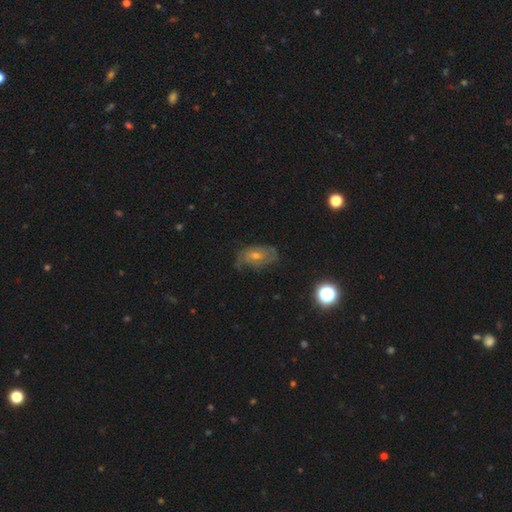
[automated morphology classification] The model was most divided on "bulge size" (2-way tie): moderate: 47%, small: 47%, none: 2%, large: 2%, dominant: 1%. More confident: edge-on disk — no (93%); spiral arms — yes (80%); bar — no (69%); merging — none (65%); smooth or featured — featured or disk (59%).